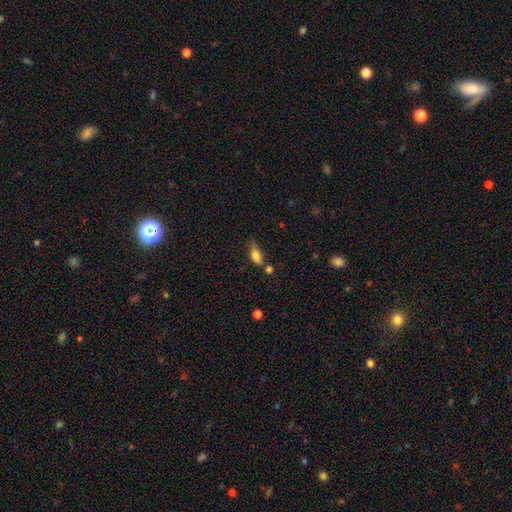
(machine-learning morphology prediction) Smooth or featured? smooth (77%)
How rounded? in between (80%)
Merging? none (45%)